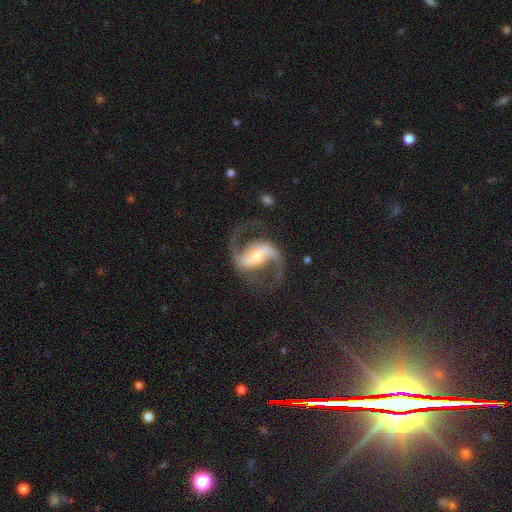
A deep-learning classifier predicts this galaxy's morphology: A featured or disk galaxy (93%) with a strong bar (58%), 2 (94%) medium (52%) spiral arms (98%) and a moderate central bulge (48%).

Vote fractions:
- Smooth or featured? featured or disk: 93% / star or artifact: 4% / smooth: 3%
- Edge-on disk? no: 98% / yes: 2%
- Bar? strong: 58% / weak: 31% / no: 11%
- Spiral arms? yes: 98% / no: 2%
- Spiral winding? medium: 52% / loose: 40% / tight: 8%
- Spiral arm count? 2: 94% / 1: 1% / can't tell: 1% / 3: 1% / 4: 1% / more than 4: 1%
- Bulge size? moderate: 48% / small: 39% / large: 9% / none: 3% / dominant: 2%
- Merging? none: 80% / minor disturbance: 11% / major disturbance: 8% / merger: 2%